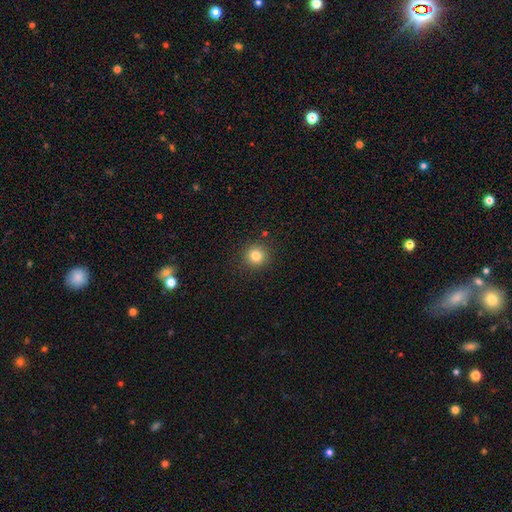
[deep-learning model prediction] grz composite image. It shows a smooth galaxy with no disk features (82%) that is round (93%). Merging: none (90%).